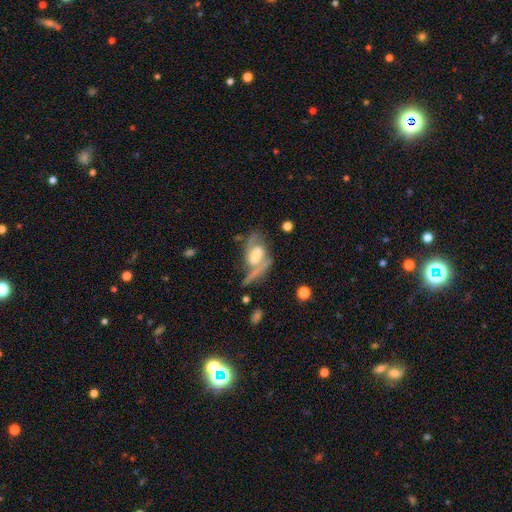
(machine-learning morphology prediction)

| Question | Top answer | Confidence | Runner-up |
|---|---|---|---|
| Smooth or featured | featured or disk | 74% | smooth (19%) |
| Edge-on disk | no | 91% | yes (9%) |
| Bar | weak | 43% | no (31%) |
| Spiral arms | yes | 83% | no (17%) |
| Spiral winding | medium | 45% | loose (34%) |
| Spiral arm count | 2 | 71% | 1 (13%) |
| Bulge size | moderate | 38% | large (31%) |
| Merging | none | 38% | major disturbance (27%) |